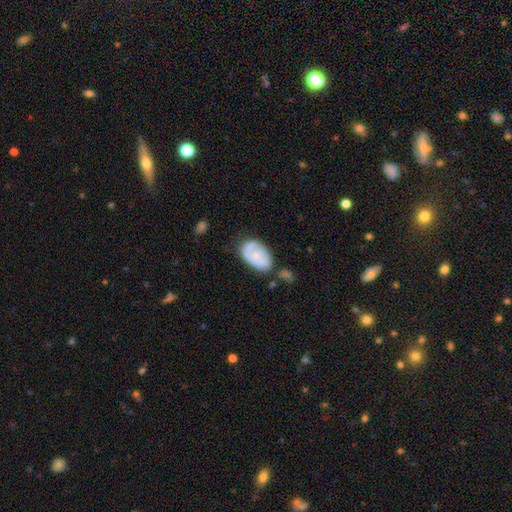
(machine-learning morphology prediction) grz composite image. It shows a smooth galaxy with no disk features (55%) that is in between round and cigar-shaped (90%). Merging: none (44%).